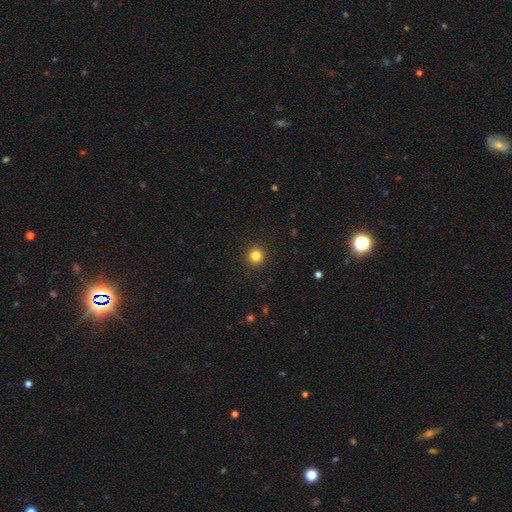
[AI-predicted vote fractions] Smooth or featured?
  - smooth: 83% *
  - star or artifact: 12%
  - featured or disk: 5%
How rounded?
  - round: 93% *
  - in between: 6%
  - cigar-shaped: 1%
Merging?
  - none: 92% *
  - minor disturbance: 5%
  - major disturbance: 2%
  - merger: 1%